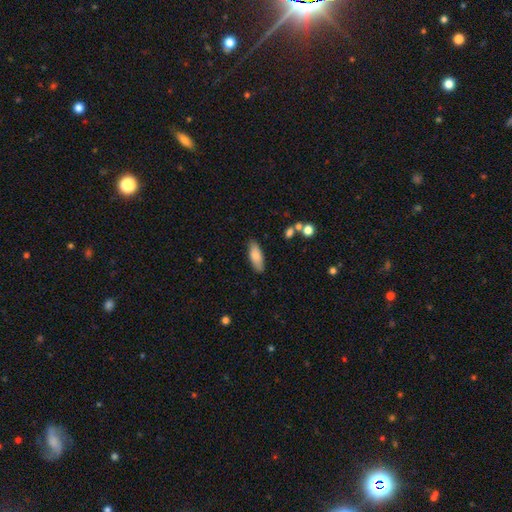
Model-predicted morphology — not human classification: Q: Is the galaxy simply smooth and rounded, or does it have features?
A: smooth — 82%.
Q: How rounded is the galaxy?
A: in between — 68%.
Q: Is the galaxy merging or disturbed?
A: none — 85%.